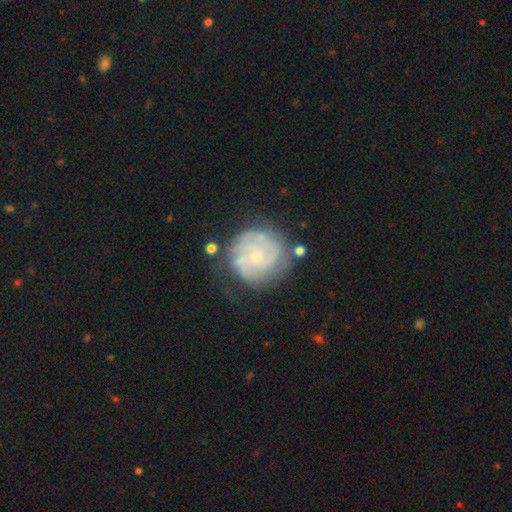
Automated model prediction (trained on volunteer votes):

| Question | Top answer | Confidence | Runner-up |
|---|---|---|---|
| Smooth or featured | featured or disk | 70% | smooth (23%) |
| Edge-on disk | no | 98% | yes (2%) |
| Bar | no | 76% | weak (21%) |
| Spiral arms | yes | 85% | no (15%) |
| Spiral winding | tight | 64% | medium (27%) |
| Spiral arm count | can't tell | 41% | 2 (23%) |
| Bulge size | small | 71% | moderate (21%) |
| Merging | none | 66% | minor disturbance (21%) |